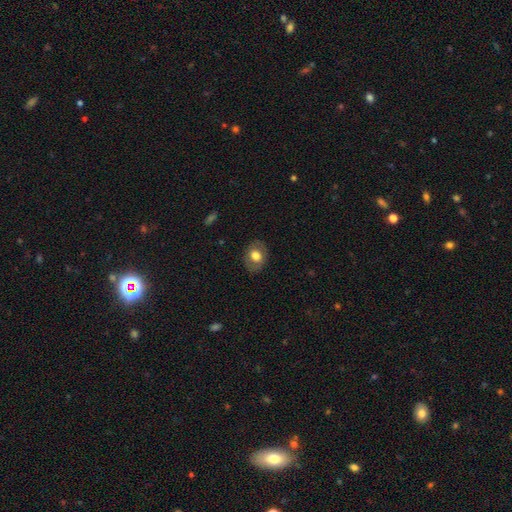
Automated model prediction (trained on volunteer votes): A smooth galaxy with no disk features (64%) that is in between round and cigar-shaped (60%). Merging: none (82%).